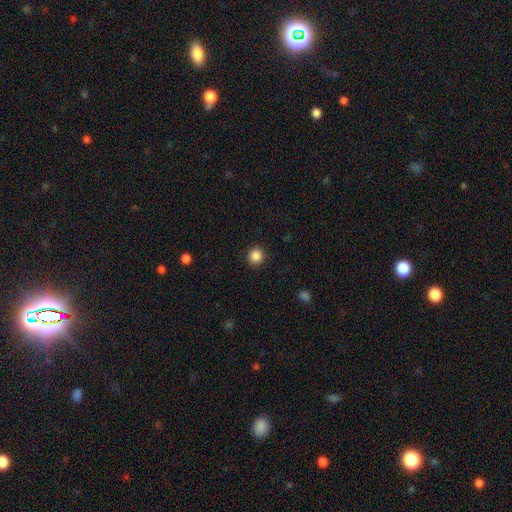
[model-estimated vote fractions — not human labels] Smooth or featured?
  - smooth: 87% *
  - star or artifact: 10%
  - featured or disk: 3%
How rounded?
  - round: 93% *
  - in between: 6%
  - cigar-shaped: 1%
Merging?
  - none: 92% *
  - minor disturbance: 5%
  - major disturbance: 2%
  - merger: 1%